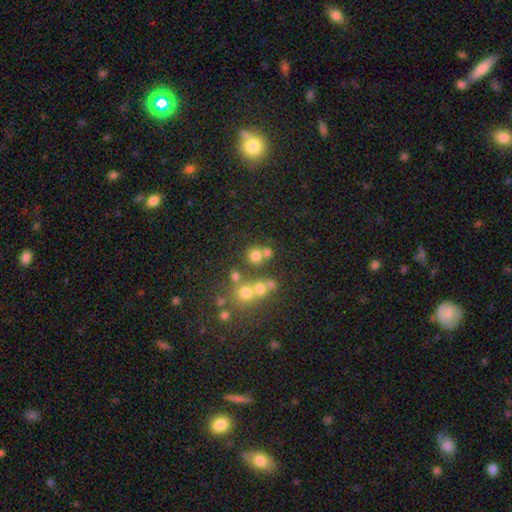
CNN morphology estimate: Smooth or featured? smooth (70%)
How rounded? round (89%)
Merging? none (65%)